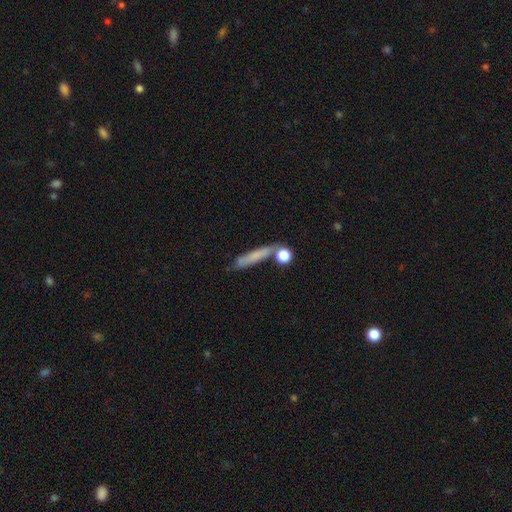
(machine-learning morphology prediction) smooth_or_featured: smooth (p=0.65) [alt: featured or disk p=0.25]
how_rounded: cigar-shaped (p=0.80) [alt: in between p=0.12]
merging: none (p=0.64) [alt: minor disturbance p=0.17]